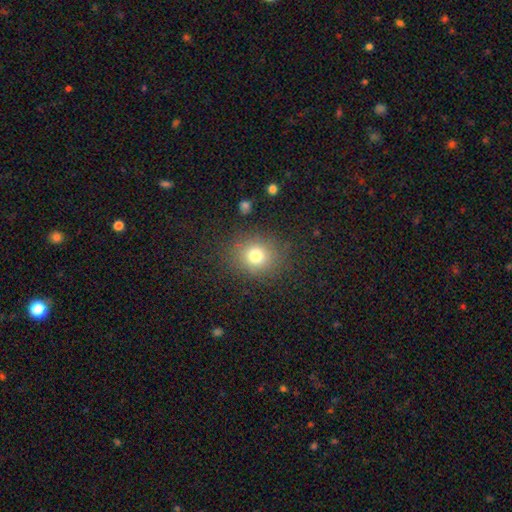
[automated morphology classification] Overall: smooth (76%). How rounded: round (76%). Merging: none (84%).